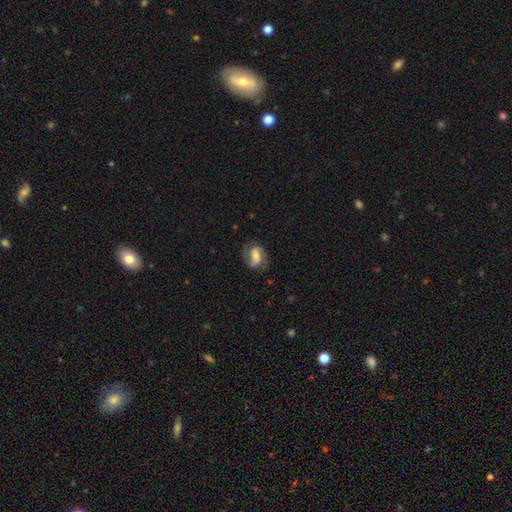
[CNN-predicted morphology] Q: Smooth or featured?
A: featured or disk (68%); runner-up: smooth (24%)
Q: Edge-on disk?
A: no (96%); runner-up: yes (4%)
Q: Bar?
A: weak (40%); runner-up: strong (31%)
Q: Spiral arms?
A: yes (91%); runner-up: no (9%)
Q: Spiral winding?
A: medium (44%); runner-up: loose (36%)
Q: Spiral arm count?
A: 2 (83%); runner-up: can't tell (7%)
Q: Bulge size?
A: moderate (44%); runner-up: small (35%)
Q: Merging?
A: none (67%); runner-up: minor disturbance (20%)